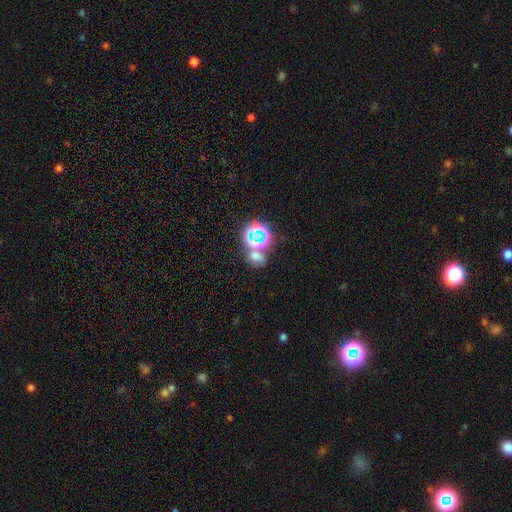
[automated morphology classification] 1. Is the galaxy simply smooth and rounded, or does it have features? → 47% smooth, 43% star or artifact, 9% featured or disk.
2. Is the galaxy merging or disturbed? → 58% none, 28% merger, 9% minor disturbance, 5% major disturbance.